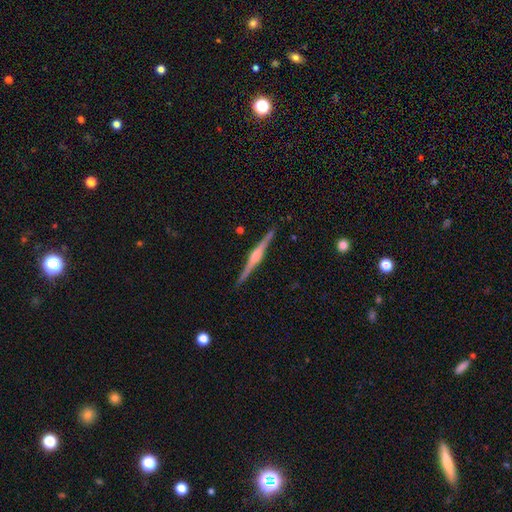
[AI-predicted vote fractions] featured or disk 84%, smooth 11%, star or artifact 5%. Down the decision tree: edge-on disk — yes (99%); edge-on bulge — rounded (79%); merging — none (92%).